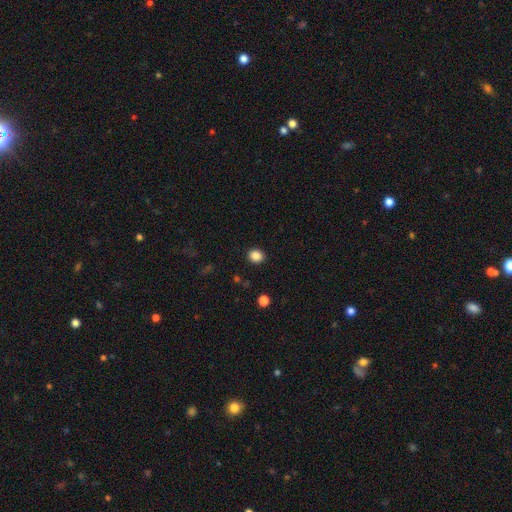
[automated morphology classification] type=smooth (86%); roundness=round (69%); merging=none (90%).